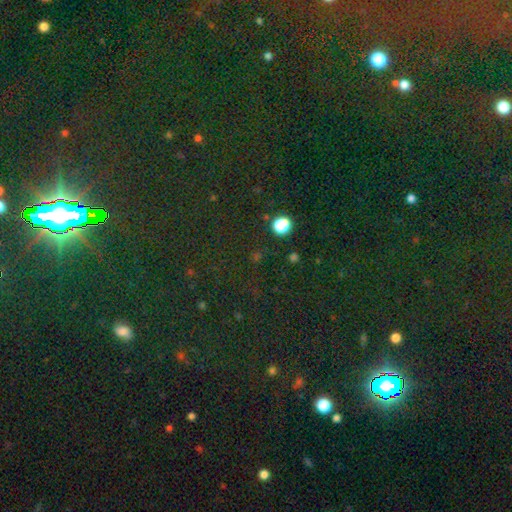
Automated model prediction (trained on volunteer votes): This appears to be a star or artifact, not a galaxy (65%).